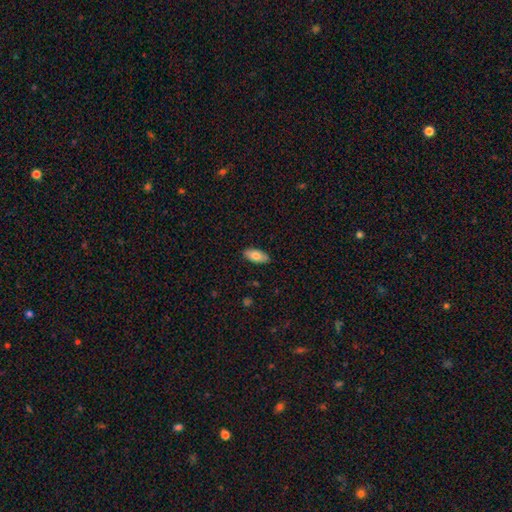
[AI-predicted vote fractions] Morphology: type=smooth (79%); roundness=in between (91%); merging=none (87%).